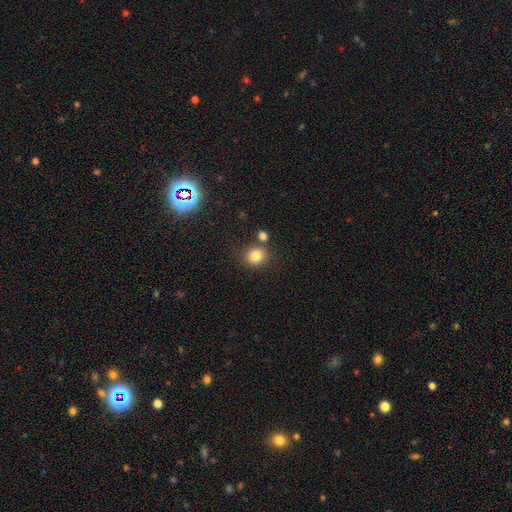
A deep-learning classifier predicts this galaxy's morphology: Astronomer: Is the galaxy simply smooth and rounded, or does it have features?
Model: smooth — 82%.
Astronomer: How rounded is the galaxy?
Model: round — 80%.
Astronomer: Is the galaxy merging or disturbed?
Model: none — 76%.